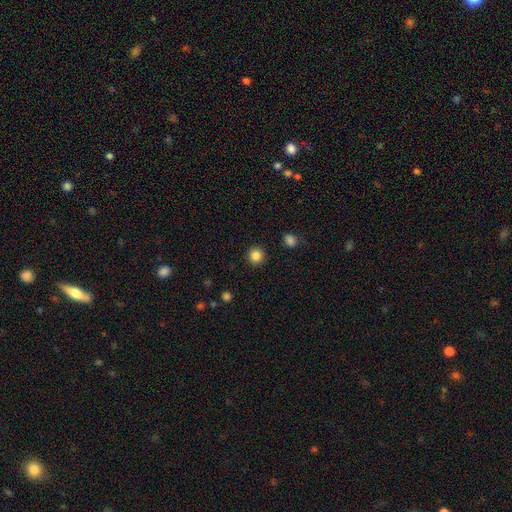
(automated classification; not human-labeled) This is clearly a smooth galaxy (85%). How rounded: clearly round (94%). Merging: clearly none (92%).